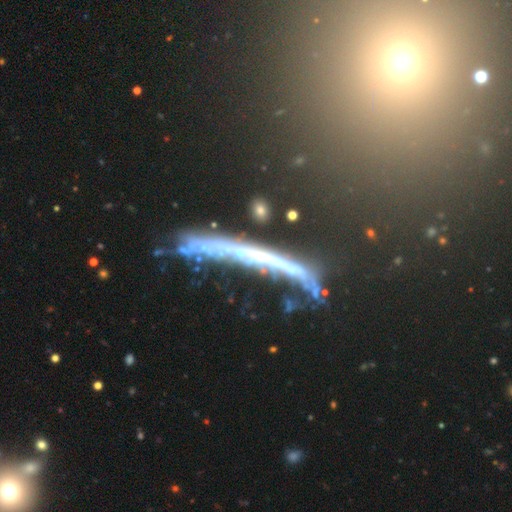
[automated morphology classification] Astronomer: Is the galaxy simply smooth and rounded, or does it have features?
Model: featured or disk — 60%.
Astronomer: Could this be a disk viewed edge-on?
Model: yes — 78%.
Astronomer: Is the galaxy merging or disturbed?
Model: none — 56%.